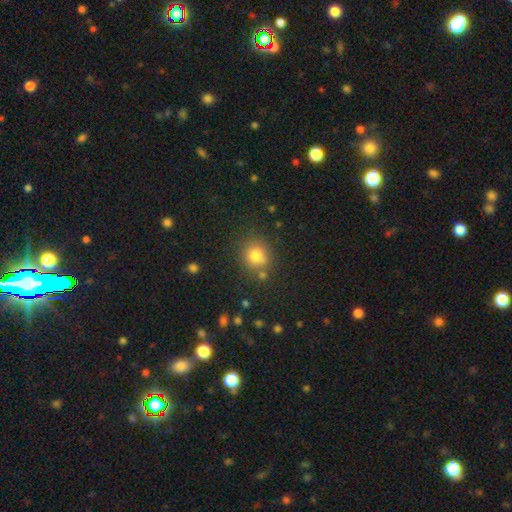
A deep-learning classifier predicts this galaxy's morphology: This appears to be a smooth galaxy with no disk features (79%) that is round (81%). Merging: none (74%).